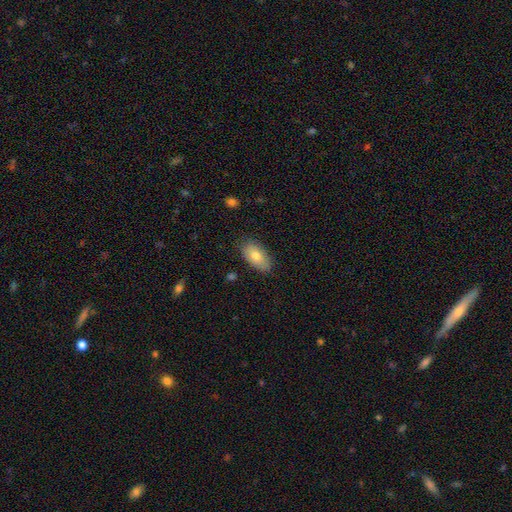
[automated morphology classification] Smooth or featured? smooth (77%)
How rounded? in between (94%)
Merging? none (82%)